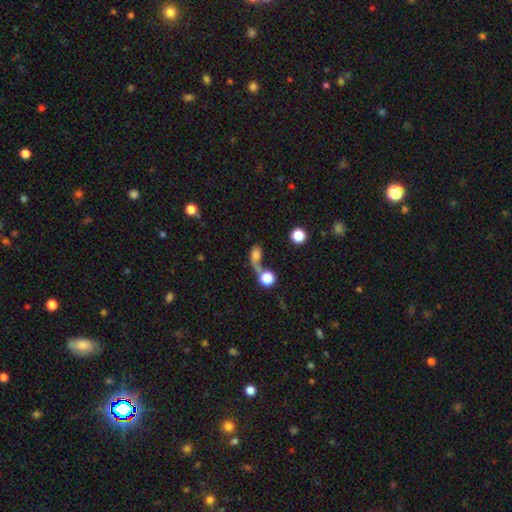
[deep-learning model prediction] A smooth galaxy with no disk features (67%) that is in between round and cigar-shaped (62%). Merging: merger (38%).